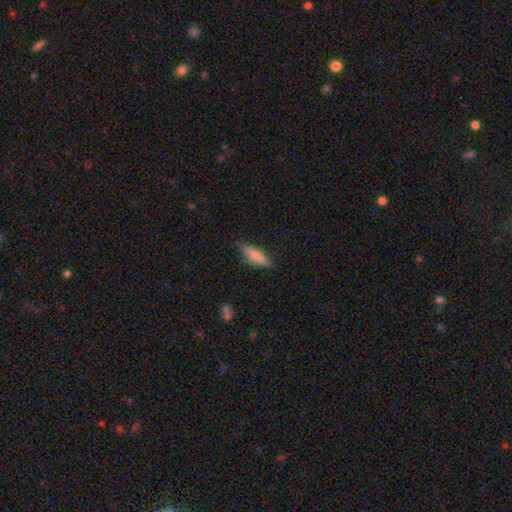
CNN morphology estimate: Smooth or featured?
  - smooth: 76% *
  - featured or disk: 17%
  - star or artifact: 7%
How rounded?
  - in between: 54% *
  - cigar-shaped: 44%
  - round: 2%
Merging?
  - none: 63% *
  - minor disturbance: 29%
  - major disturbance: 7%
  - merger: 2%